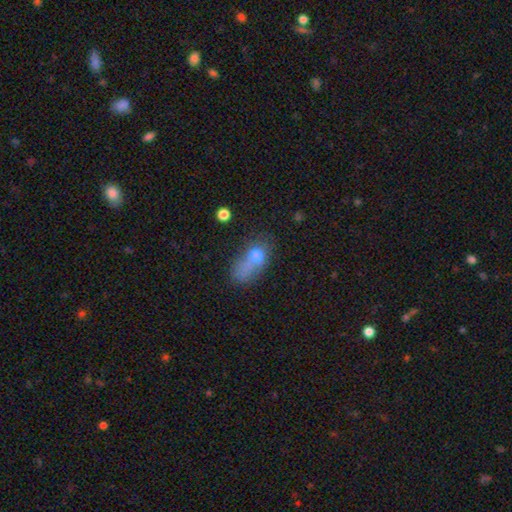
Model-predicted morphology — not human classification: smooth 67%, featured or disk 19%, star or artifact 14%. Down the decision tree: how rounded — in between (71%); merging — major disturbance (36%).